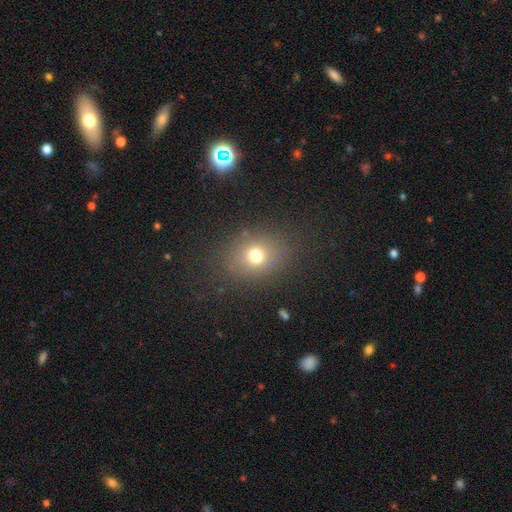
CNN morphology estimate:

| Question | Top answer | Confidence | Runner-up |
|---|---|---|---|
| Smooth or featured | smooth | 71% | star or artifact (18%) |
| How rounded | round | 59% | in between (40%) |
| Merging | none | 83% | minor disturbance (10%) |